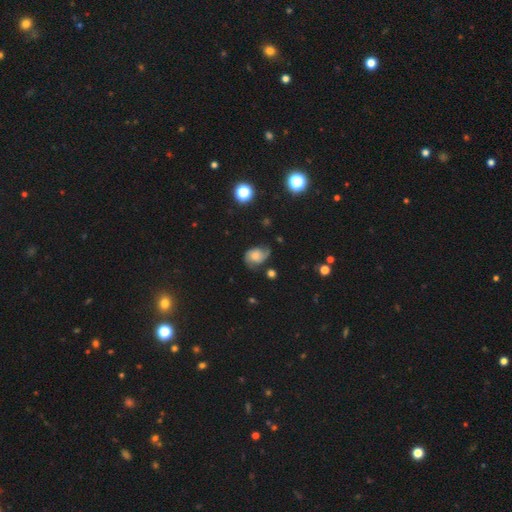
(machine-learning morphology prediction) Q: Smooth or featured?
A: featured or disk (61%); runner-up: smooth (29%)
Q: Edge-on disk?
A: no (97%); runner-up: yes (3%)
Q: Bar?
A: no (70%); runner-up: weak (26%)
Q: Spiral arms?
A: yes (92%); runner-up: no (8%)
Q: Spiral winding?
A: medium (45%); runner-up: tight (28%)
Q: Spiral arm count?
A: 2 (82%); runner-up: can't tell (8%)
Q: Bulge size?
A: moderate (39%); runner-up: small (31%)
Q: Merging?
A: none (59%); runner-up: minor disturbance (27%)